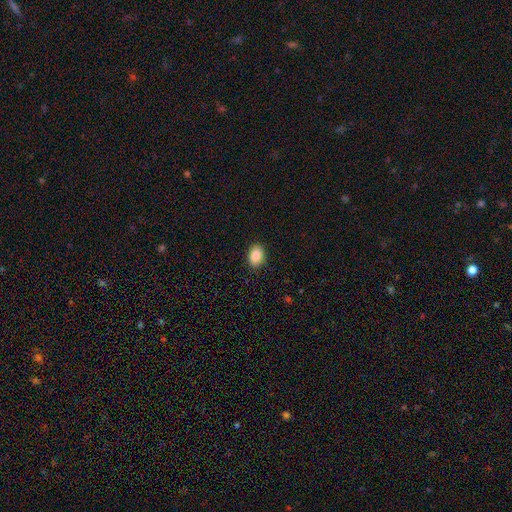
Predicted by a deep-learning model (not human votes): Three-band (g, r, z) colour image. It shows a smooth galaxy with no disk features (87%) that is in between round and cigar-shaped (83%). Merging: none (89%).